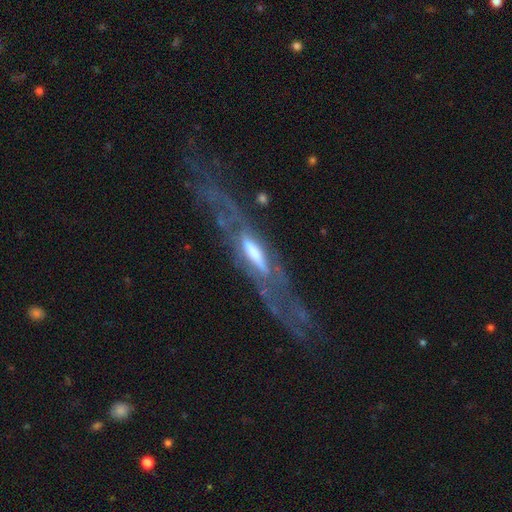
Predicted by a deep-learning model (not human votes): Overall: featured or disk (70%). Edge-on disk: yes (52%; no 48%). Merging: none (46%; major disturbance 31%).